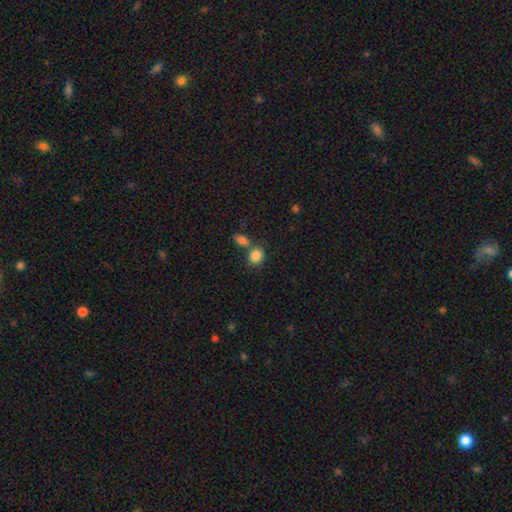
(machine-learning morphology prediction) Smooth or featured: smooth — 86% (star or artifact — 9%)
How rounded: round — 58% (in between — 41%)
Merging: none — 55% (merger — 31%)